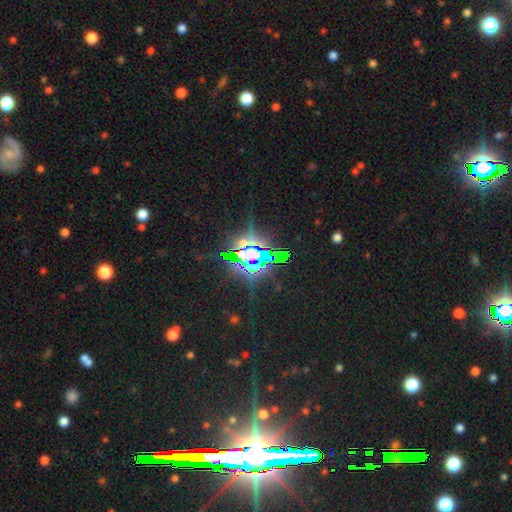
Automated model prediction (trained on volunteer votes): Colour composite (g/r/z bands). It shows a star or artifact, not a galaxy (80%).